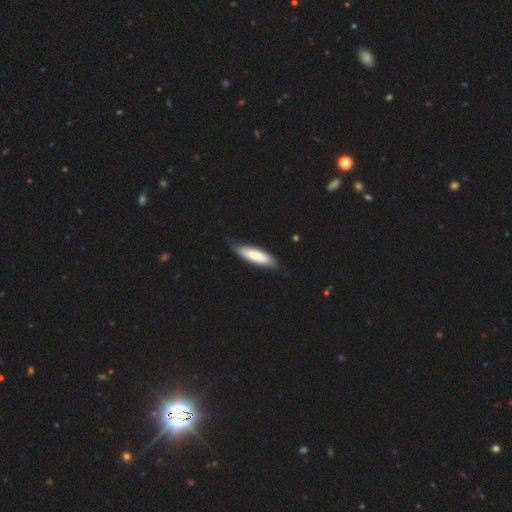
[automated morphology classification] Smooth or featured? smooth (76%)
How rounded? cigar-shaped (57%)
Merging? none (71%)